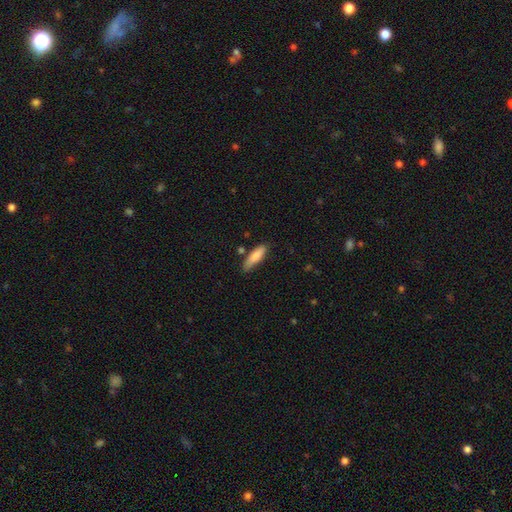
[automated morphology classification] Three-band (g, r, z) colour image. It shows a smooth galaxy with no disk features (83%) that is cigar-shaped (58%). Merging: none (66%).